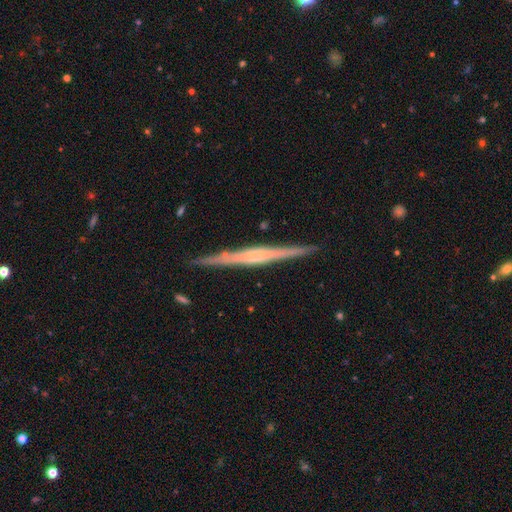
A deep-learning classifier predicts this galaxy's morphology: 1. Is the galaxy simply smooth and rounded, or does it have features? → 77% featured or disk, 17% smooth, 5% star or artifact.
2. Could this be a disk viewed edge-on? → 98% yes, 2% no.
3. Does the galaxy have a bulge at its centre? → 42% rounded, 31% none, 27% boxy.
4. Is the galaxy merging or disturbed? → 90% none, 8% minor disturbance, 1% major disturbance, 1% merger.